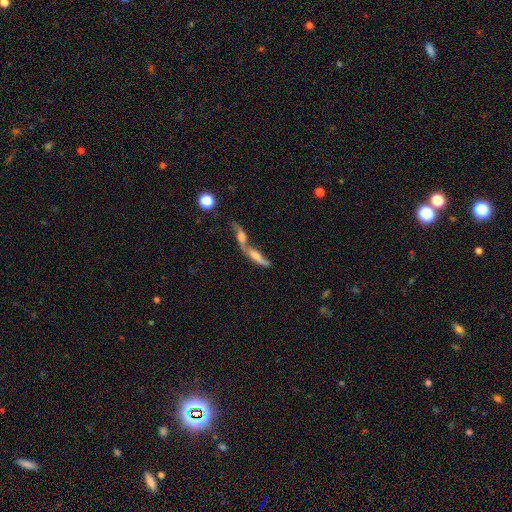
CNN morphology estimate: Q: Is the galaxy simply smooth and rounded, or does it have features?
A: featured or disk — 48%.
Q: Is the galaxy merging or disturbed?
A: merger — 69%.